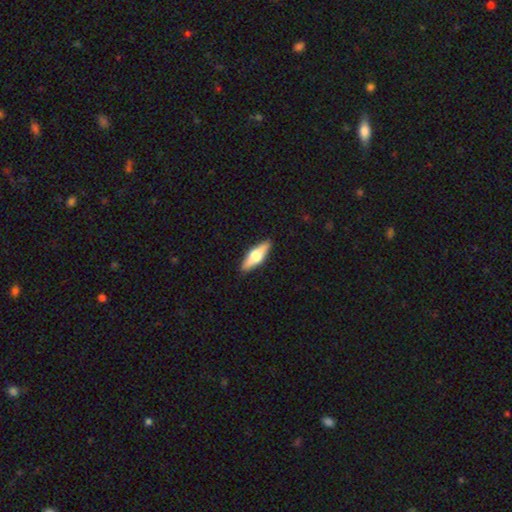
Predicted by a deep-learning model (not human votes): Smooth or featured: featured or disk — 48% (smooth — 47%)
Merging: none — 90% (minor disturbance — 7%)